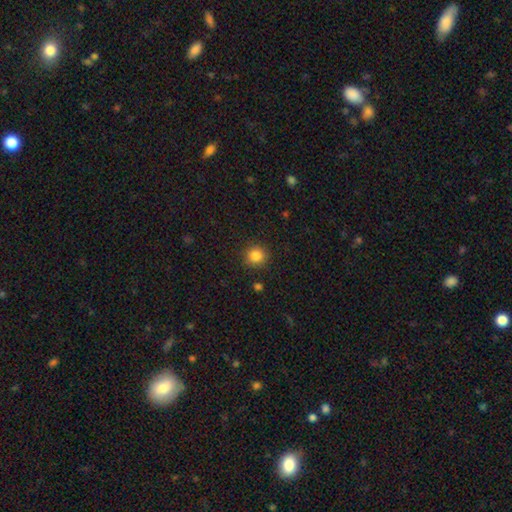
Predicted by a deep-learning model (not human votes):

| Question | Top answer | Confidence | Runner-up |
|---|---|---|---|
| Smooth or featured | smooth | 85% | star or artifact (11%) |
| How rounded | round | 92% | in between (7%) |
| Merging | none | 90% | minor disturbance (7%) |